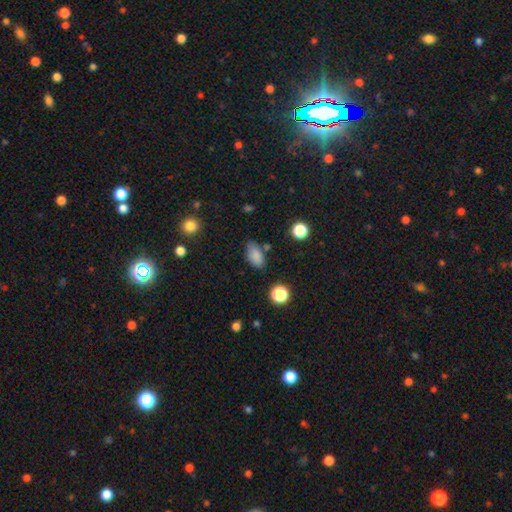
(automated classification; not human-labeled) Q: Smooth or featured?
A: smooth (83%); runner-up: star or artifact (11%)
Q: How rounded?
A: in between (90%); runner-up: round (7%)
Q: Merging?
A: none (71%); runner-up: minor disturbance (18%)